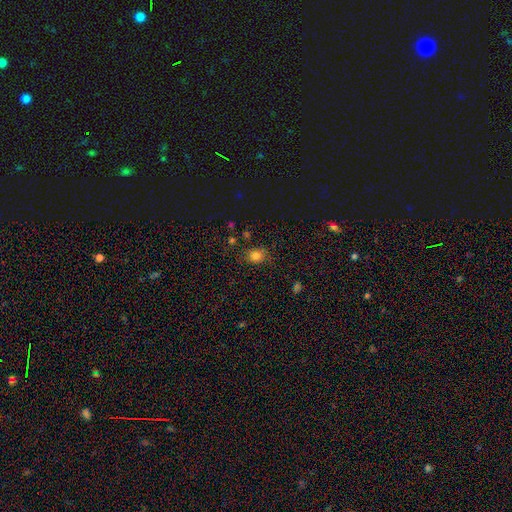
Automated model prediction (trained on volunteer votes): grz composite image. It shows a smooth galaxy with no disk features (79%) that is round (63%). Merging: none (77%).